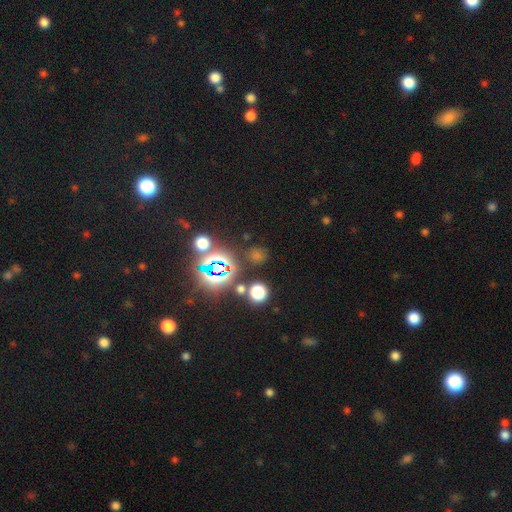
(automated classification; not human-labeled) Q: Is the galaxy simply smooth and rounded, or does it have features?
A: star or artifact — 64%.